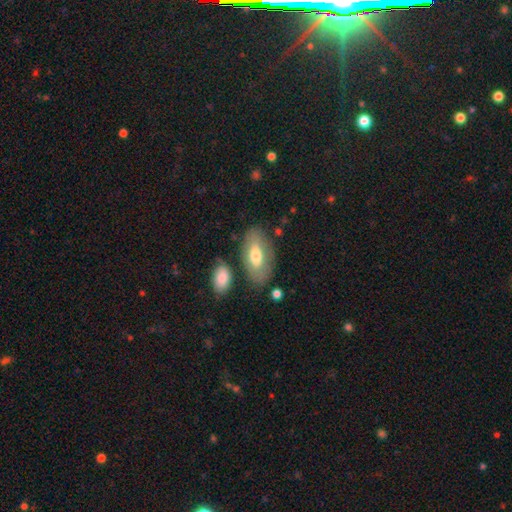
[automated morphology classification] A smooth galaxy with no disk features (61%) that is in between round and cigar-shaped (91%). Merging: none (74%).